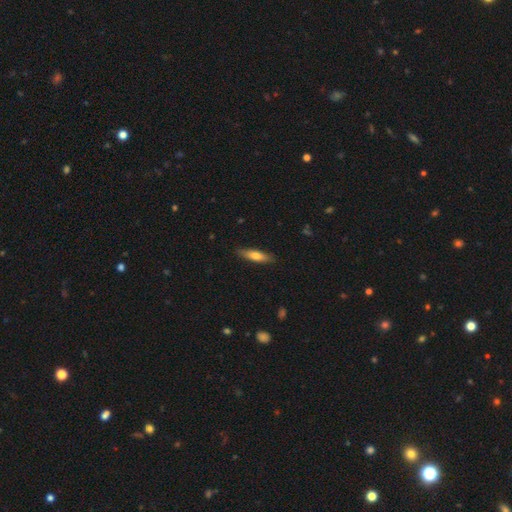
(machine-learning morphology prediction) smooth 67%, featured or disk 27%, star or artifact 6%. Down the decision tree: how rounded — cigar-shaped (69%); merging — none (85%).